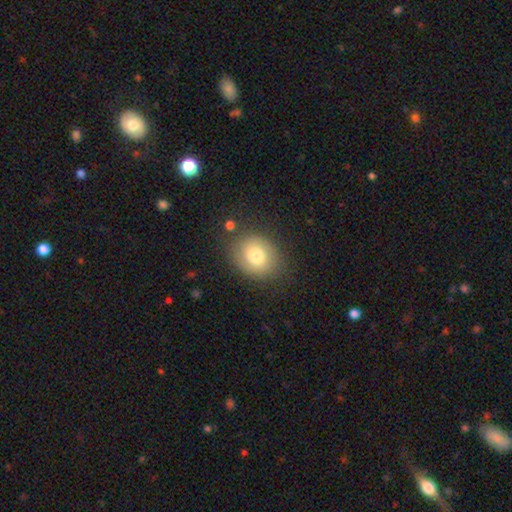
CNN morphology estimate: This appears to be a smooth galaxy with no disk features (75%) that is round (56%). Merging: none (80%).